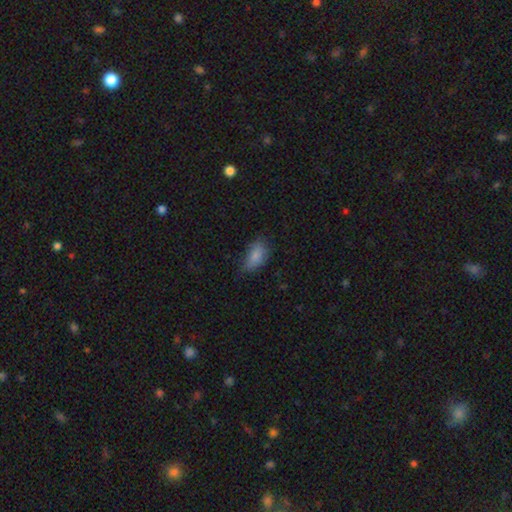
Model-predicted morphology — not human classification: This appears to be a smooth galaxy with no disk features (79%) that is in between round and cigar-shaped (91%). Merging: none (47%).